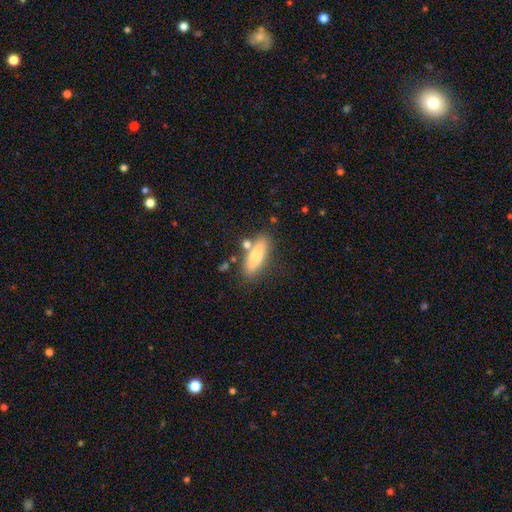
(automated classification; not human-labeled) smooth-or-featured: smooth: 77% | featured or disk: 16% | star or artifact: 7%
  how-rounded: in between: 58% | cigar-shaped: 39% | round: 3%
  merging: none: 71% | minor disturbance: 14% | merger: 11% | major disturbance: 4%